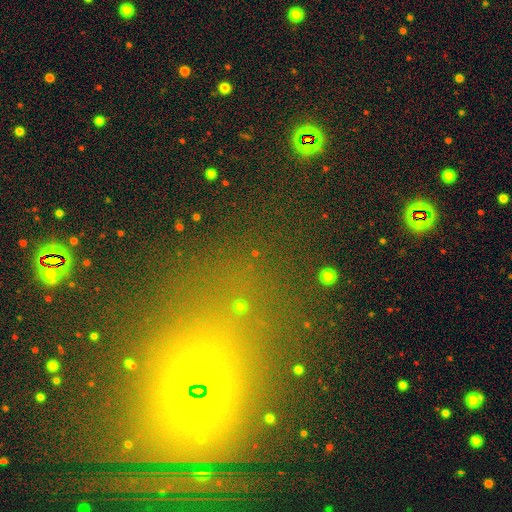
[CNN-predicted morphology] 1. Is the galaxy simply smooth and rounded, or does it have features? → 56% star or artifact, 31% smooth, 14% featured or disk.